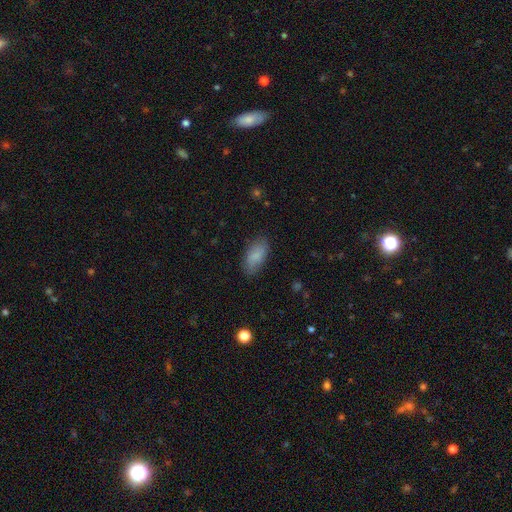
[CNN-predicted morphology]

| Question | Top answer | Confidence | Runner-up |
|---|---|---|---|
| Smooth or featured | smooth | 85% | featured or disk (8%) |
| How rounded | in between | 90% | cigar-shaped (7%) |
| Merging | none | 81% | minor disturbance (14%) |